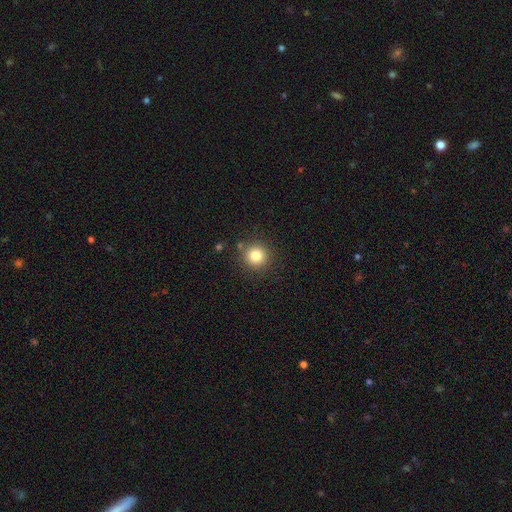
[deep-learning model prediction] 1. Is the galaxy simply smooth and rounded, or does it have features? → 81% smooth, 12% star or artifact, 7% featured or disk.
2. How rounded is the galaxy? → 94% round, 5% in between, 1% cigar-shaped.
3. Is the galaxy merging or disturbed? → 88% none, 7% minor disturbance, 3% merger, 2% major disturbance.